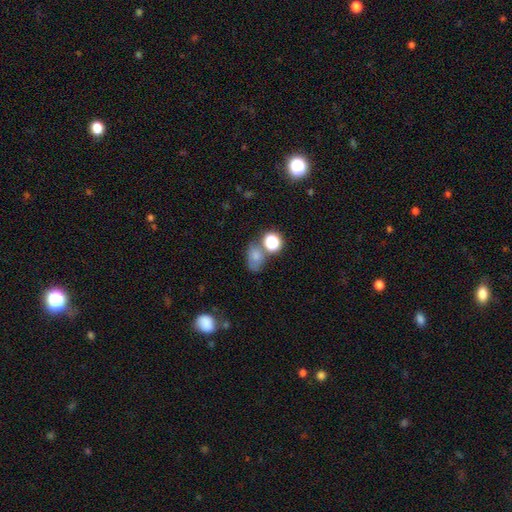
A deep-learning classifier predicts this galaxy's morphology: type=smooth (68%); roundness=in between (67%); merging=none (48%).